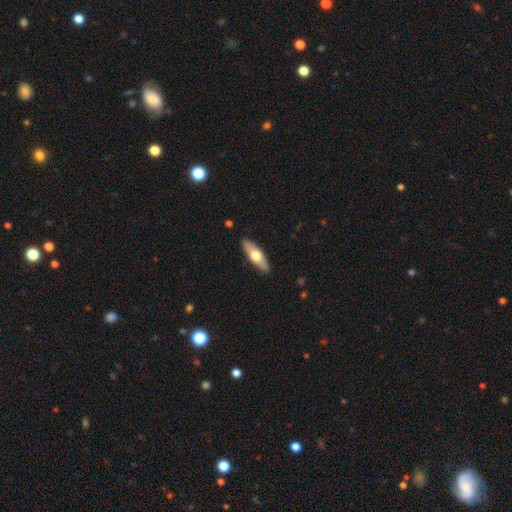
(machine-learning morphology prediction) smooth 57%, featured or disk 38%, star or artifact 5%. Down the decision tree: how rounded — in between (53%); merging — none (89%).